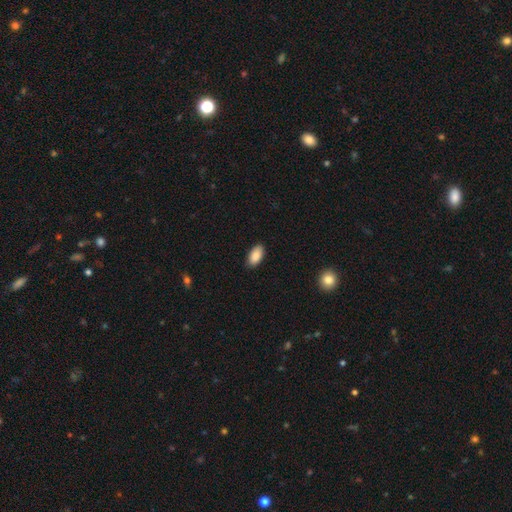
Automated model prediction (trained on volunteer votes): Smooth or featured?
  - smooth: 88% *
  - star or artifact: 7%
  - featured or disk: 5%
How rounded?
  - in between: 94% *
  - cigar-shaped: 4%
  - round: 3%
Merging?
  - none: 87% *
  - minor disturbance: 10%
  - major disturbance: 2%
  - merger: 1%